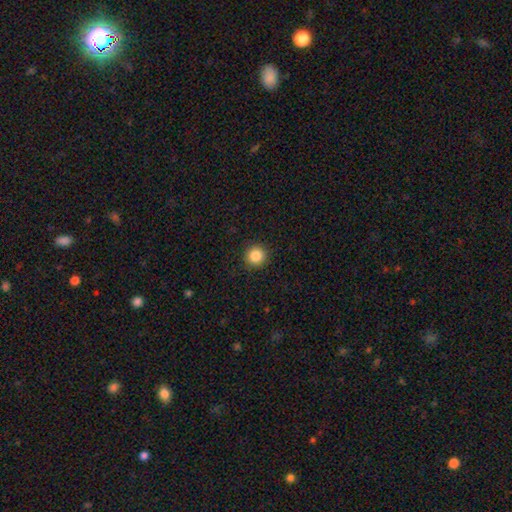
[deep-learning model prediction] smooth-or-featured: smooth: 86% | star or artifact: 10% | featured or disk: 4%
  how-rounded: round: 95% | in between: 4% | cigar-shaped: 1%
  merging: none: 92% | minor disturbance: 5% | major disturbance: 2% | merger: 1%